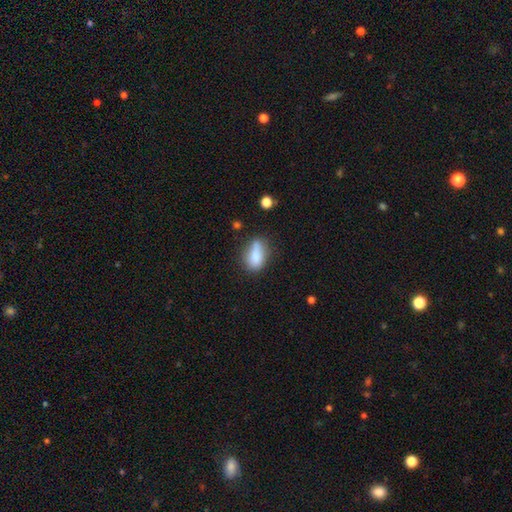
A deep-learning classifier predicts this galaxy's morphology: smooth-or-featured: smooth: 77% | featured or disk: 14% | star or artifact: 9%
  how-rounded: in between: 79% | cigar-shaped: 13% | round: 9%
  merging: none: 50% | minor disturbance: 29% | major disturbance: 11% | merger: 11%